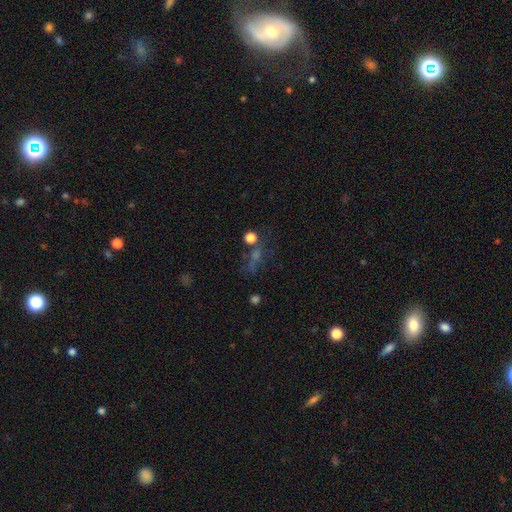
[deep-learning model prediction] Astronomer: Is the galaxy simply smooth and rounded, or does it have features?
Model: star or artifact — 42% (runner-up: smooth, 35%).